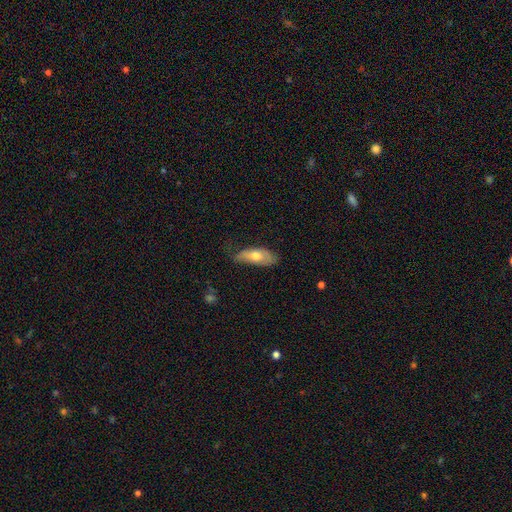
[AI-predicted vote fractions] Smooth or featured: smooth — 61% (featured or disk — 32%)
How rounded: in between — 73% (cigar-shaped — 24%)
Merging: none — 54% (minor disturbance — 33%)